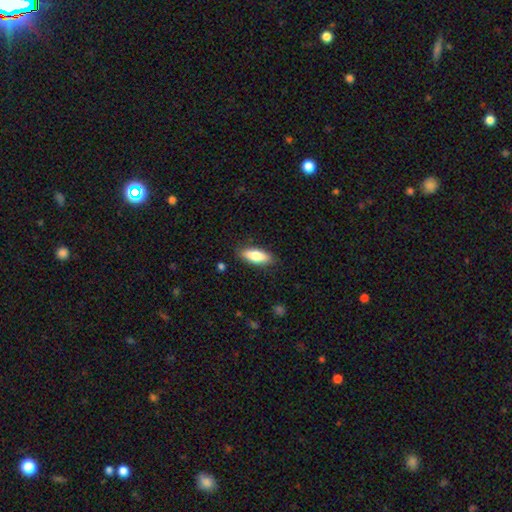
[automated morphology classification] Smooth or featured: smooth — 79% (featured or disk — 15%)
How rounded: in between — 70% (cigar-shaped — 28%)
Merging: none — 86% (minor disturbance — 10%)